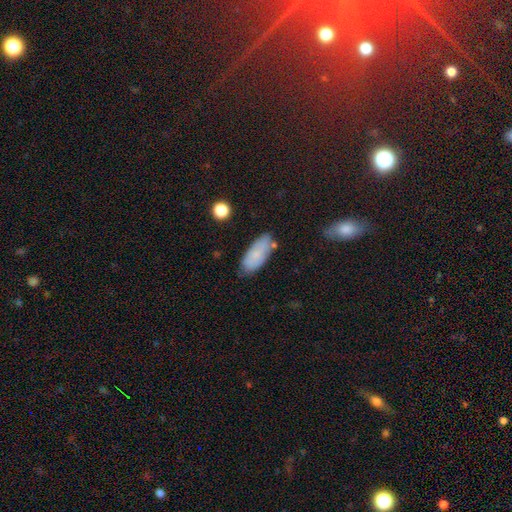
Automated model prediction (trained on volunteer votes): This appears to be a smooth galaxy with no disk features (81%) that is in between round and cigar-shaped (84%). Merging: none (71%).